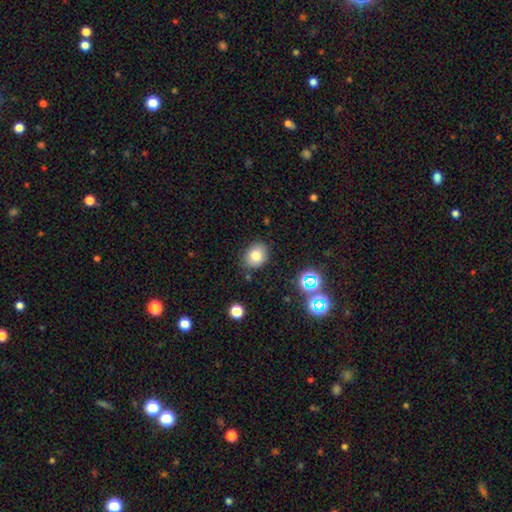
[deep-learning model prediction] This appears to be a smooth galaxy with no disk features (80%) that is in between round and cigar-shaped (52%). Merging: none (81%).